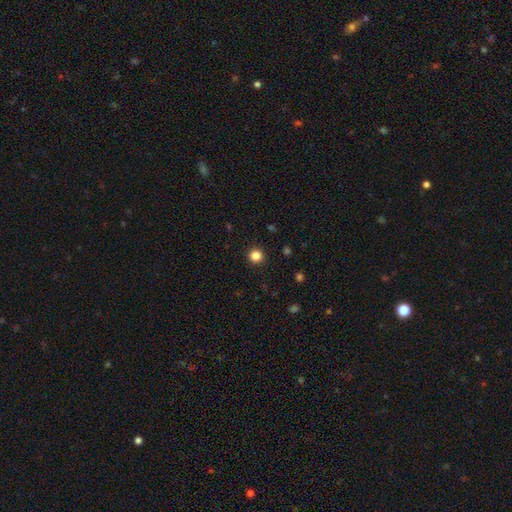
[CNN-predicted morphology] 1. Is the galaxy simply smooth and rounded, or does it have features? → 84% smooth, 12% star or artifact, 4% featured or disk.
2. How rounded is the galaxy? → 94% round, 5% in between, 1% cigar-shaped.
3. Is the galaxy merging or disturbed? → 92% none, 5% minor disturbance, 2% major disturbance, 1% merger.